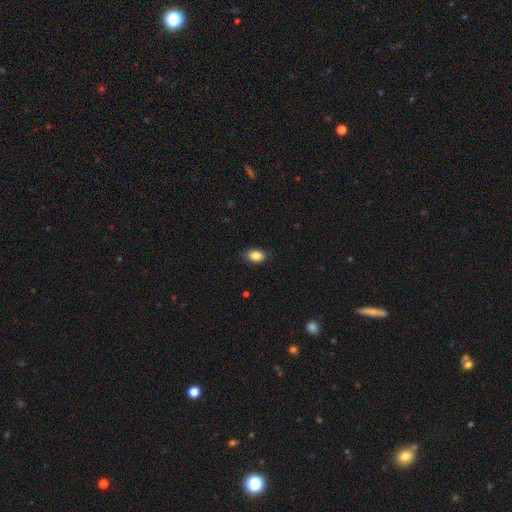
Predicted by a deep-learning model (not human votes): The model was most divided on "how rounded": in between: 84%, round: 15%, cigar-shaped: 1%. More confident: smooth or featured — smooth (87%); merging — none (85%).